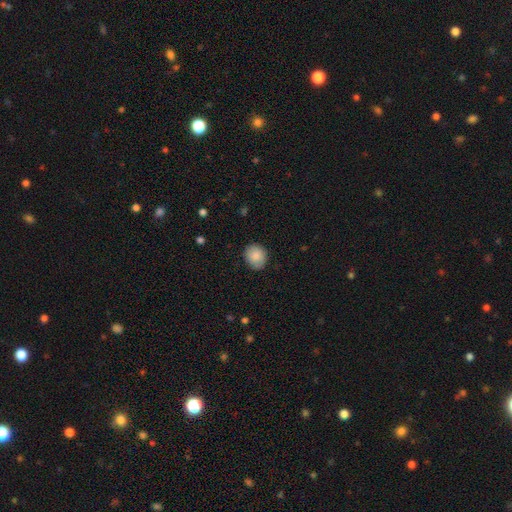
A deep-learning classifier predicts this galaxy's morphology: smooth 85%, featured or disk 8%, star or artifact 7%. Down the decision tree: how rounded — round (61%); merging — none (84%).